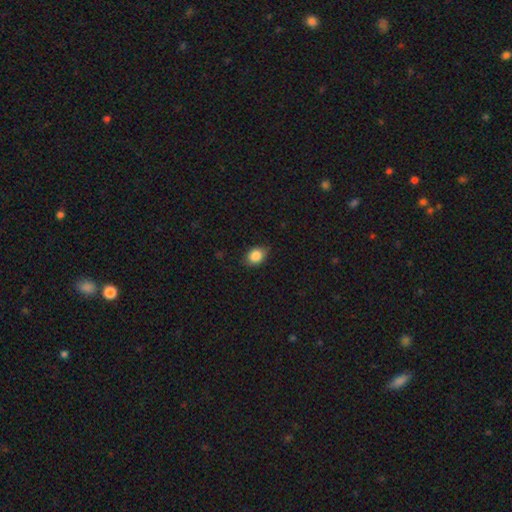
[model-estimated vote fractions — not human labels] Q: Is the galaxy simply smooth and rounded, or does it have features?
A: smooth — 86%.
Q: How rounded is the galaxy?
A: in between — 62%.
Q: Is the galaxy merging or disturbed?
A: none — 79%.